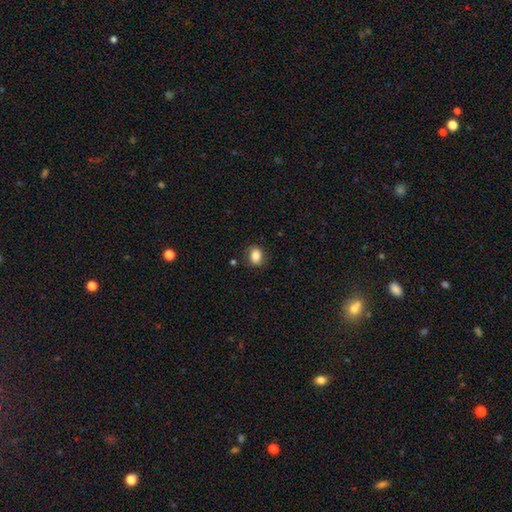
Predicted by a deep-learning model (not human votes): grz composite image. It shows a smooth galaxy with no disk features (84%) that is in between round and cigar-shaped (60%). Merging: none (84%).